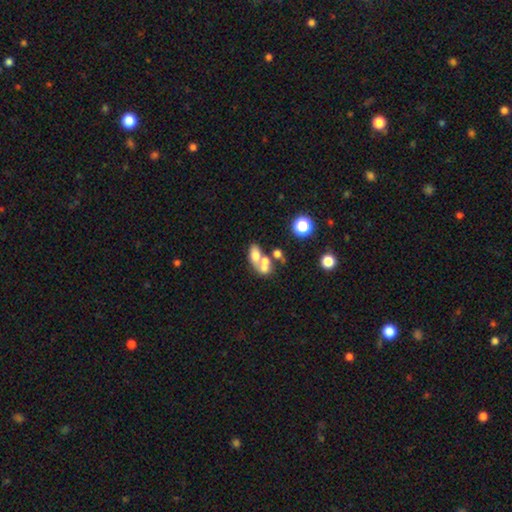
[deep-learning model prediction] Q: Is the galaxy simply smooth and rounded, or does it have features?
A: smooth — 54%.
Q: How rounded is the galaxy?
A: in between — 75%.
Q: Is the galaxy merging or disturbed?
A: merger — 60%.